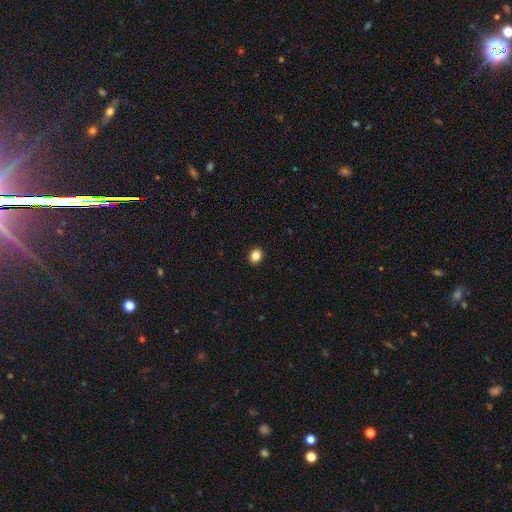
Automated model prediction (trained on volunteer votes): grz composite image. It shows a smooth galaxy with no disk features (85%) that is round (50%). Merging: none (92%).